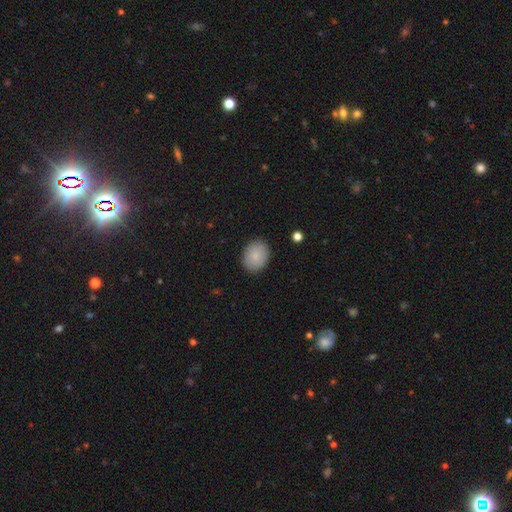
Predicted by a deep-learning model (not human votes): Smooth or featured? Predicted: smooth (p=0.86). How rounded? Predicted: in between (p=0.52). Merging? Predicted: none (p=0.88).